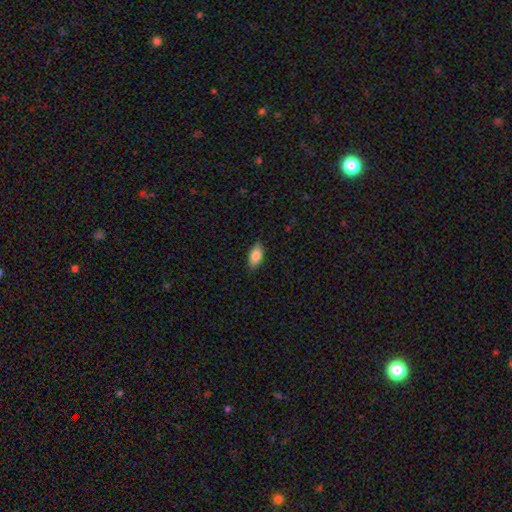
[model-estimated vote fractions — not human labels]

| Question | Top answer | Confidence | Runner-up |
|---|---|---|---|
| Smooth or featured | smooth | 86% | featured or disk (8%) |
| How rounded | in between | 91% | cigar-shaped (6%) |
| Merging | none | 85% | minor disturbance (12%) |